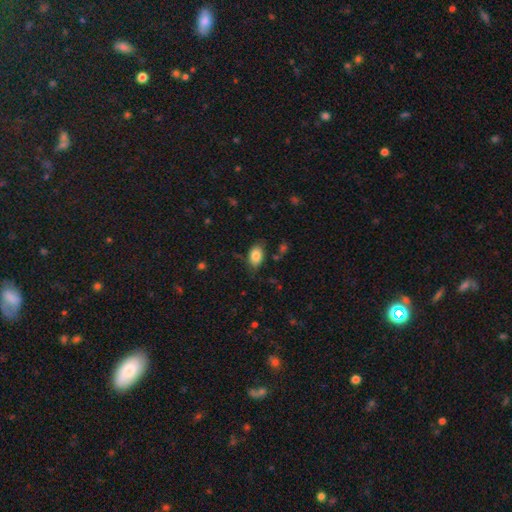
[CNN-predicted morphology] Smooth or featured? Predicted: smooth (p=0.84). How rounded? Predicted: in between (p=0.88). Merging? Predicted: none (p=0.75).